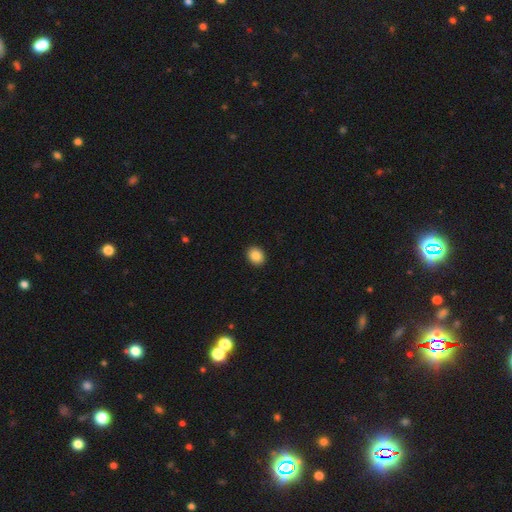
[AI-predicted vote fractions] Smooth or featured?
  - smooth: 87% *
  - star or artifact: 9%
  - featured or disk: 4%
How rounded?
  - round: 58% *
  - in between: 41%
  - cigar-shaped: 1%
Merging?
  - none: 92% *
  - minor disturbance: 5%
  - major disturbance: 2%
  - merger: 1%